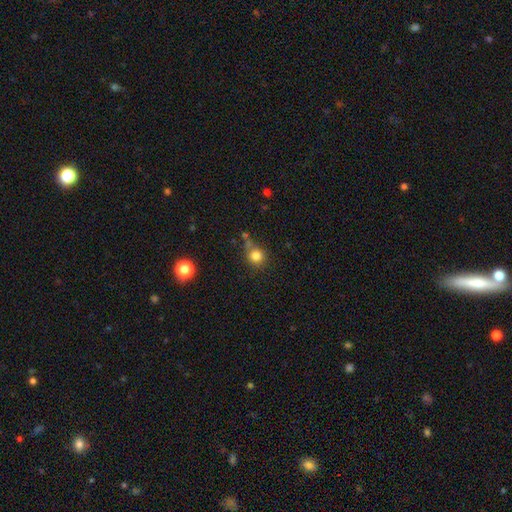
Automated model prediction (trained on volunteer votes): Q: Smooth or featured?
A: smooth (82%); runner-up: star or artifact (12%)
Q: How rounded?
A: round (90%); runner-up: in between (9%)
Q: Merging?
A: none (67%); runner-up: minor disturbance (15%)